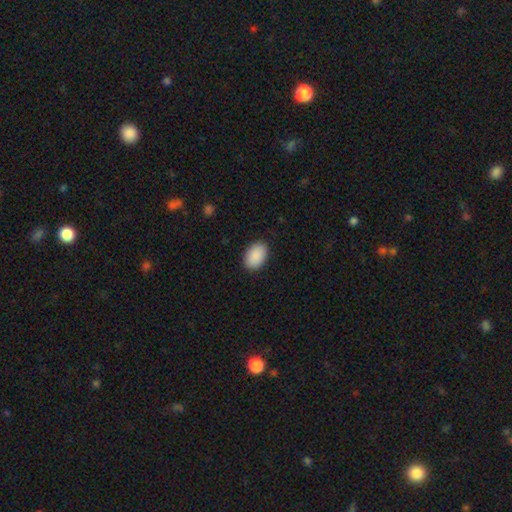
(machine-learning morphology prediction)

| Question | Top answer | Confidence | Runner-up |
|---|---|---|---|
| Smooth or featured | smooth | 91% | star or artifact (6%) |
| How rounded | in between | 88% | round (11%) |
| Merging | none | 89% | minor disturbance (8%) |